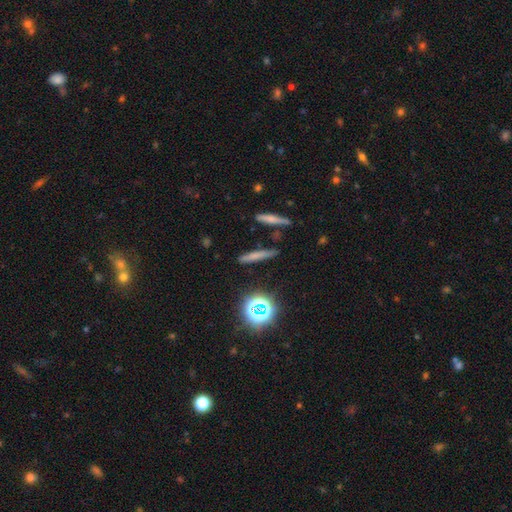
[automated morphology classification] Smooth or featured? Predicted: smooth (p=0.63). How rounded? Predicted: cigar-shaped (p=0.86). Merging? Predicted: none (p=0.82).